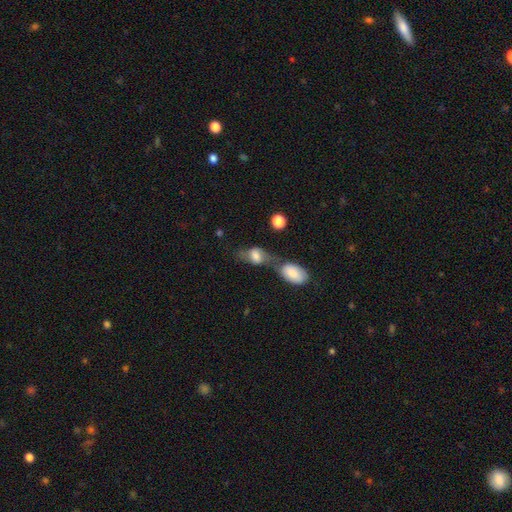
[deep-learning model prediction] A smooth galaxy with no disk features (62%) that is in between round and cigar-shaped (82%).

Vote fractions:
- Smooth or featured? smooth: 62% / featured or disk: 29% / star or artifact: 9%
- How rounded? in between: 82% / round: 13% / cigar-shaped: 5%
- Merging? merger: 45% / none: 29% / minor disturbance: 14% / major disturbance: 11%